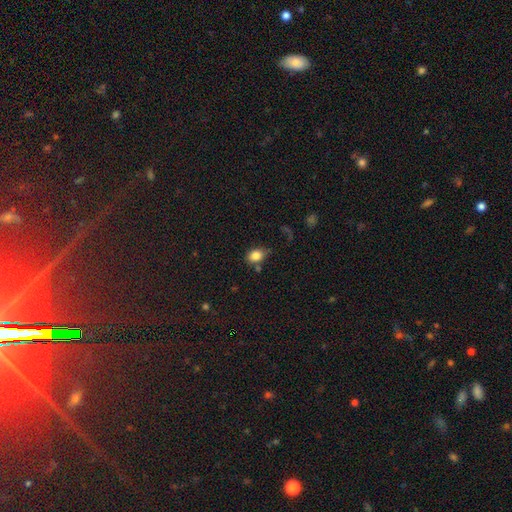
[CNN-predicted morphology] Q: Smooth or featured?
A: smooth (83%); runner-up: star or artifact (10%)
Q: How rounded?
A: in between (63%); runner-up: round (35%)
Q: Merging?
A: none (64%); runner-up: minor disturbance (23%)